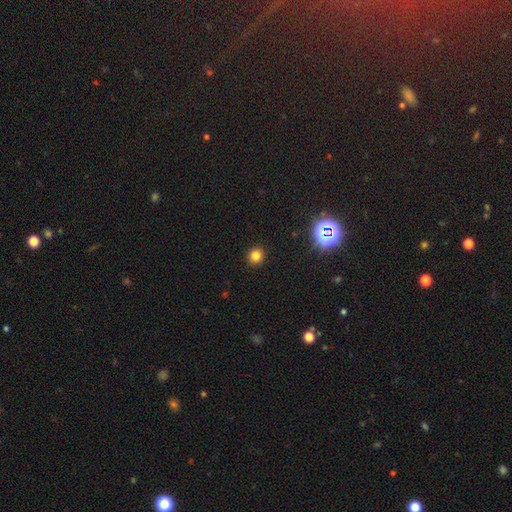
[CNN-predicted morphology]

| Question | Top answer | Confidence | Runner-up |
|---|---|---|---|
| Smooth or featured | smooth | 79% | star or artifact (16%) |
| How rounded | round | 88% | in between (11%) |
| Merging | none | 92% | minor disturbance (5%) |